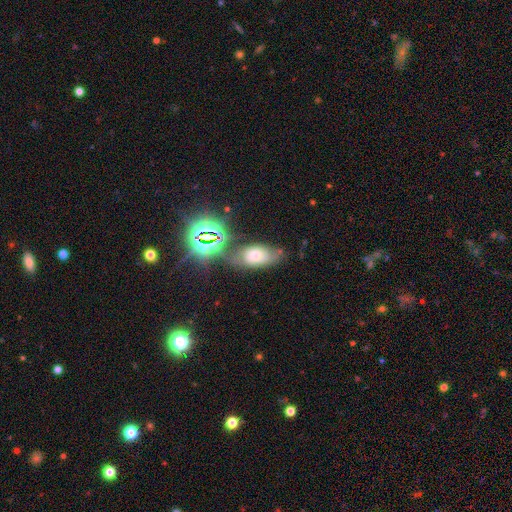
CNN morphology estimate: A star or artifact, not a galaxy (38%).